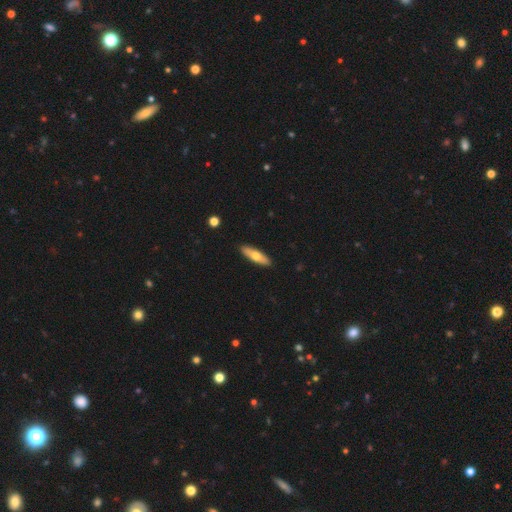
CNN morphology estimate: Q: Smooth or featured?
A: smooth (61%); runner-up: featured or disk (33%)
Q: How rounded?
A: cigar-shaped (59%); runner-up: in between (39%)
Q: Merging?
A: none (90%); runner-up: minor disturbance (7%)